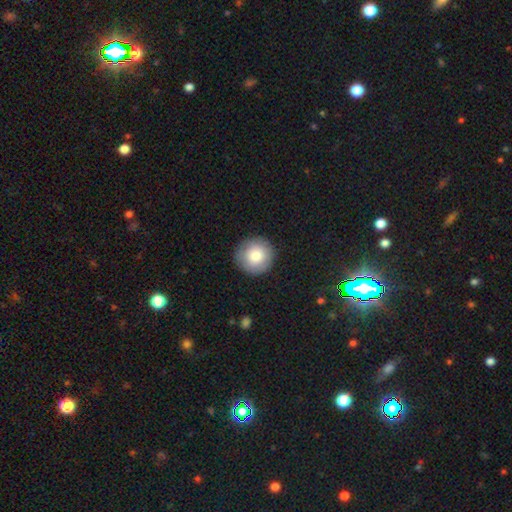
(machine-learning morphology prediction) Smooth or featured?
  - smooth: 79% *
  - featured or disk: 13%
  - star or artifact: 8%
How rounded?
  - round: 94% *
  - in between: 5%
  - cigar-shaped: 1%
Merging?
  - none: 88% *
  - minor disturbance: 9%
  - major disturbance: 2%
  - merger: 1%